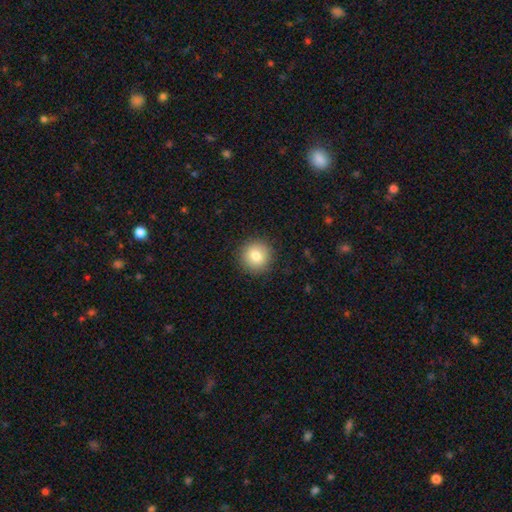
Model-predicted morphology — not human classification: Overall: smooth (82%). How rounded: round (94%). Merging: none (90%).